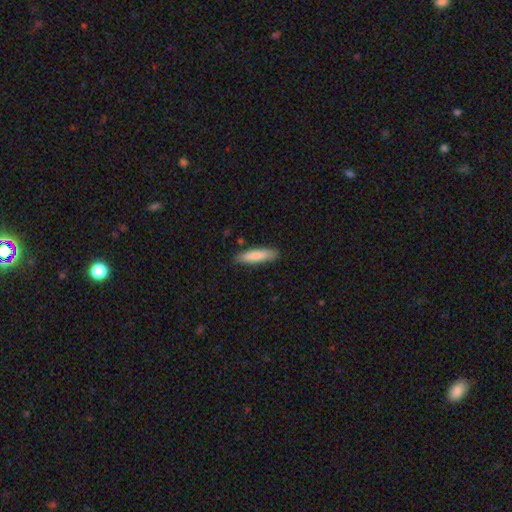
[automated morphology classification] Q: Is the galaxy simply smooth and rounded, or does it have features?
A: smooth — 84%.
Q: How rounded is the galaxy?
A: cigar-shaped — 72%.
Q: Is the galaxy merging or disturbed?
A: none — 85%.